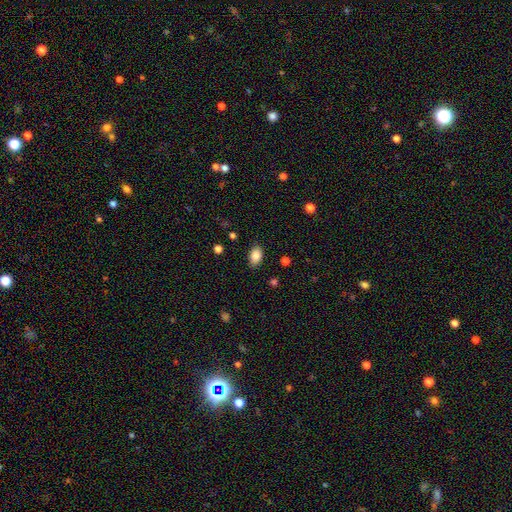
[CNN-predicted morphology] smooth 86%, star or artifact 8%, featured or disk 6%. Down the decision tree: how rounded — in between (89%); merging — none (84%).